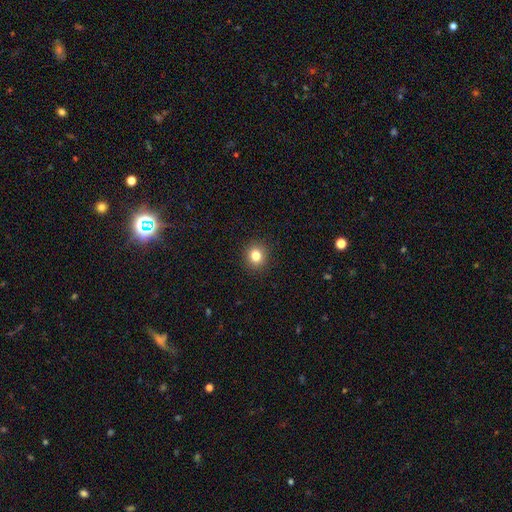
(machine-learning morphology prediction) smooth-or-featured: smooth: 82% | star or artifact: 12% | featured or disk: 6%
  how-rounded: round: 86% | in between: 13% | cigar-shaped: 1%
  merging: none: 92% | minor disturbance: 5% | major disturbance: 2% | merger: 1%